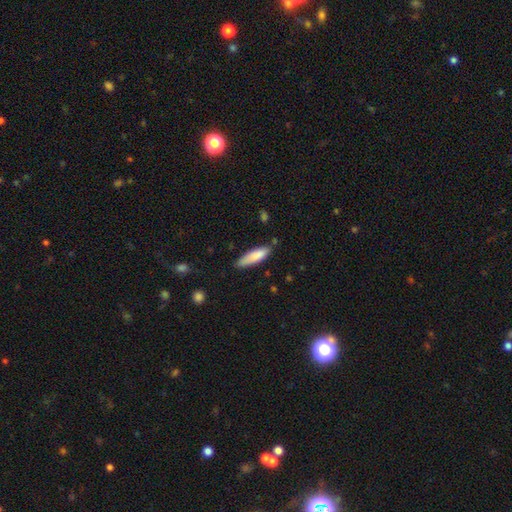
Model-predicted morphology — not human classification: Smooth or featured? Predicted: smooth (p=0.84). How rounded? Predicted: cigar-shaped (p=0.59). Merging? Predicted: none (p=0.73).